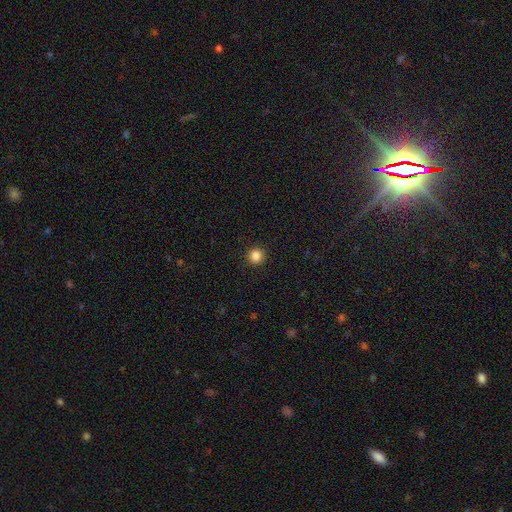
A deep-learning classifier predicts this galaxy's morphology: Overall: smooth (85%). How rounded: round (94%). Merging: none (93%).